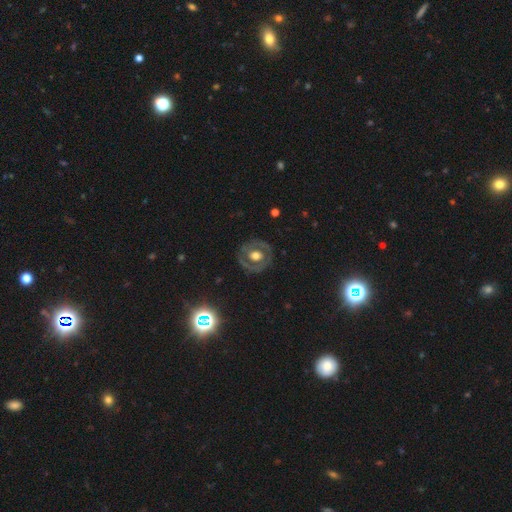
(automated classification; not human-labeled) Q: Smooth or featured?
A: featured or disk (63%); runner-up: smooth (30%)
Q: Edge-on disk?
A: no (95%); runner-up: yes (5%)
Q: Bar?
A: no (71%); runner-up: weak (21%)
Q: Spiral arms?
A: no (71%); runner-up: yes (29%)
Q: Bulge size?
A: moderate (57%); runner-up: large (34%)
Q: Merging?
A: none (81%); runner-up: minor disturbance (12%)